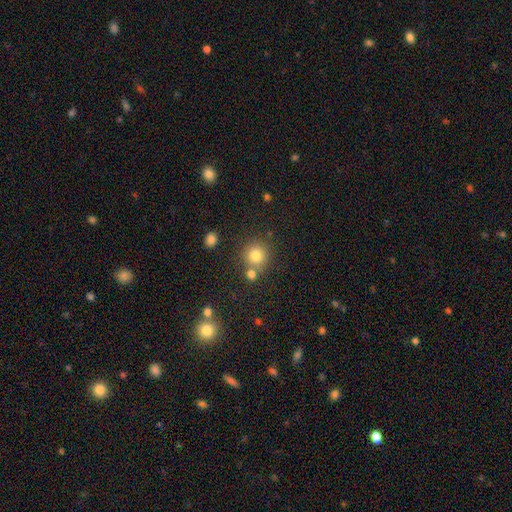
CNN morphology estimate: A smooth galaxy with no disk features (79%) that is round (90%). Merging: none (68%).